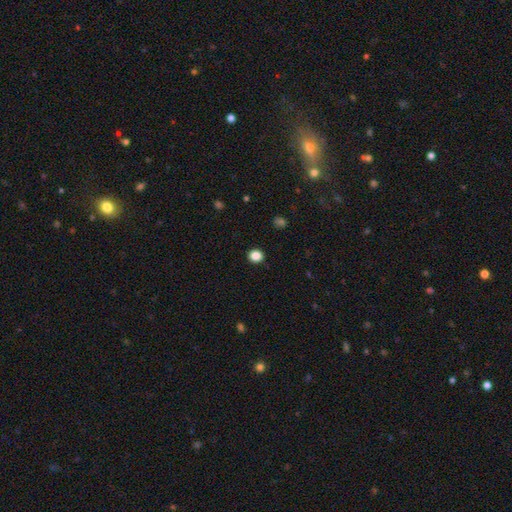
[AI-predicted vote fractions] smooth-or-featured: smooth: 86% | star or artifact: 11% | featured or disk: 3%
  how-rounded: round: 80% | in between: 19% | cigar-shaped: 1%
  merging: none: 92% | minor disturbance: 5% | major disturbance: 2% | merger: 1%